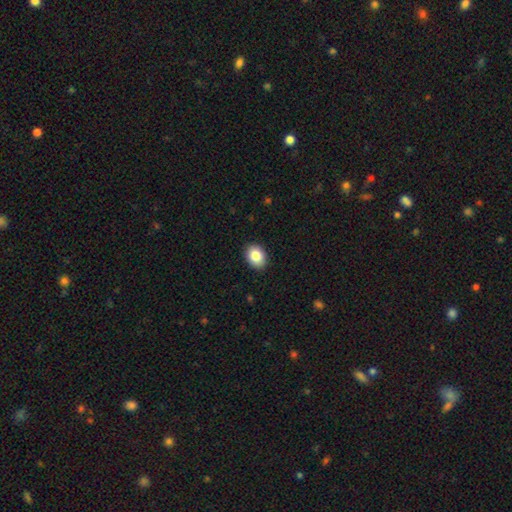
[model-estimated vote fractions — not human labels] A smooth galaxy with no disk features (85%) that is in between round and cigar-shaped (65%).

Vote fractions:
- Smooth or featured? smooth: 85% / star or artifact: 8% / featured or disk: 7%
- How rounded? in between: 65% / round: 34% / cigar-shaped: 1%
- Merging? none: 90% / minor disturbance: 7% / major disturbance: 2% / merger: 1%